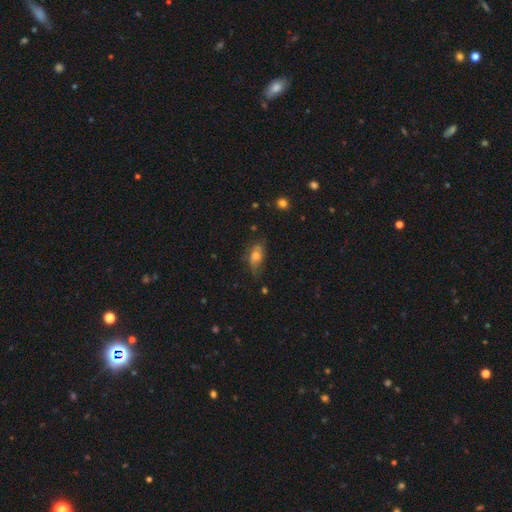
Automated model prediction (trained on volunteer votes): This appears to be a smooth galaxy with no disk features (58%) that is in between round and cigar-shaped (79%). Merging: none (53%).